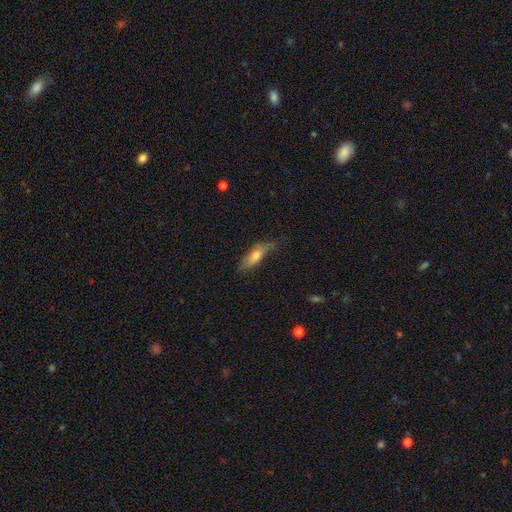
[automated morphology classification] This appears to be a smooth galaxy with no disk features (64%) that is in between round and cigar-shaped (49%). Merging: none (59%).